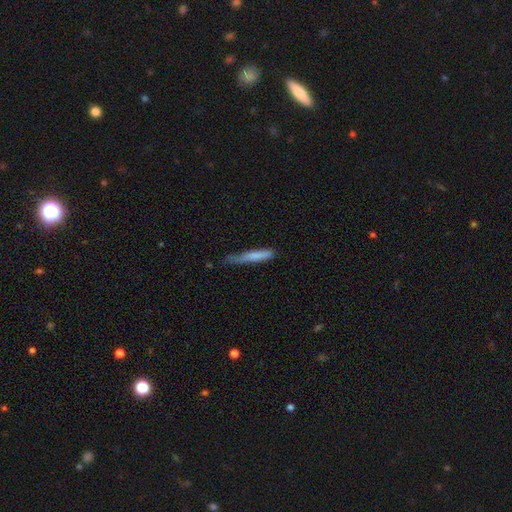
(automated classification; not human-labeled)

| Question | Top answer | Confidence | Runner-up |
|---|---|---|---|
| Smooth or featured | smooth | 74% | featured or disk (20%) |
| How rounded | cigar-shaped | 92% | in between (6%) |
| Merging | none | 55% | minor disturbance (34%) |